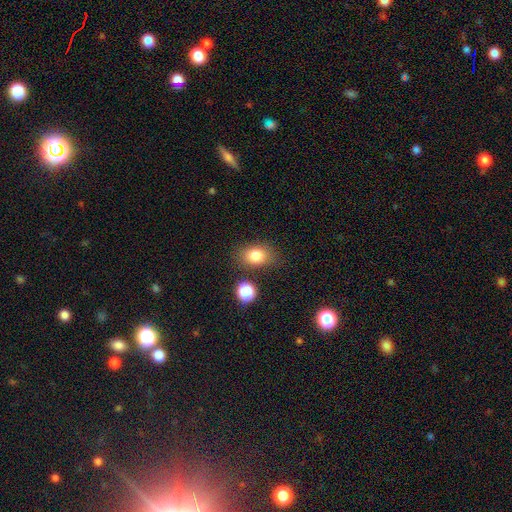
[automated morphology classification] This appears to be a smooth galaxy with no disk features (80%) that is in between round and cigar-shaped (70%). Merging: none (77%).